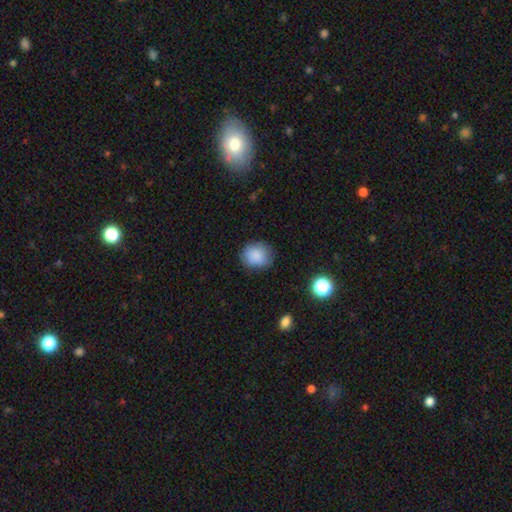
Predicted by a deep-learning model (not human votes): This appears to be a smooth galaxy with no disk features (86%) that is round (75%). Merging: none (79%).